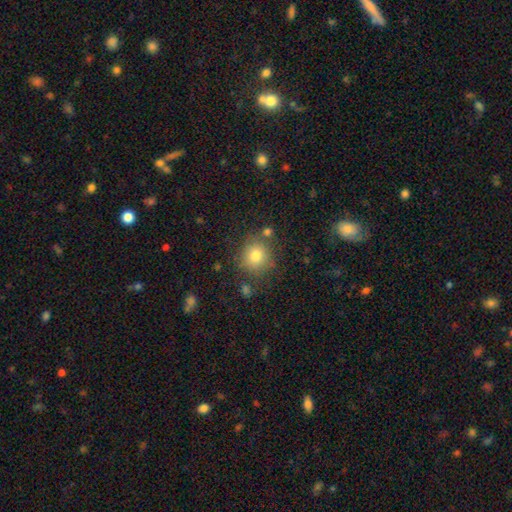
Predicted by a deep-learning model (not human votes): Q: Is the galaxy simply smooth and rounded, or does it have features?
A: smooth — 79%.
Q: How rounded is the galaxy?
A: round — 84%.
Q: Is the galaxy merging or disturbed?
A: none — 76%.